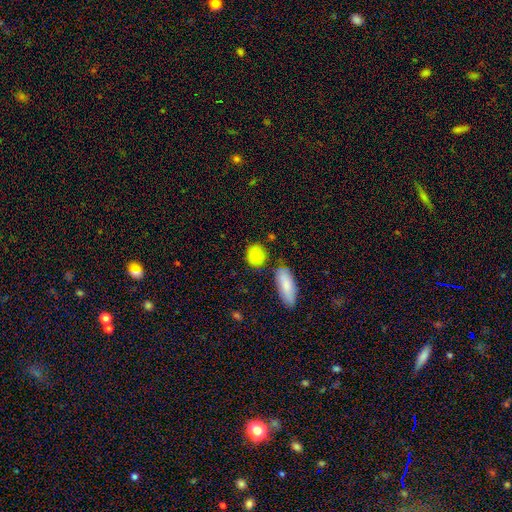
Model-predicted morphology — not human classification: This appears to be a smooth galaxy with no disk features (85%) that is round (56%). Merging: none (76%).